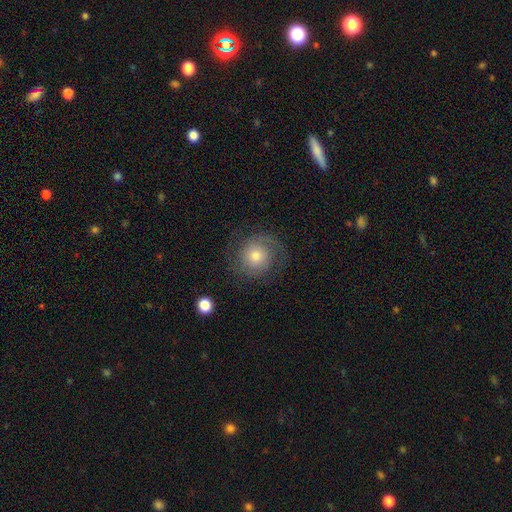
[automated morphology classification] A featured or disk galaxy (62%) with no bar (80%), 2 (72%) tight (43%) spiral arms (90%) and a moderate central bulge (57%). Merging: none (75%).